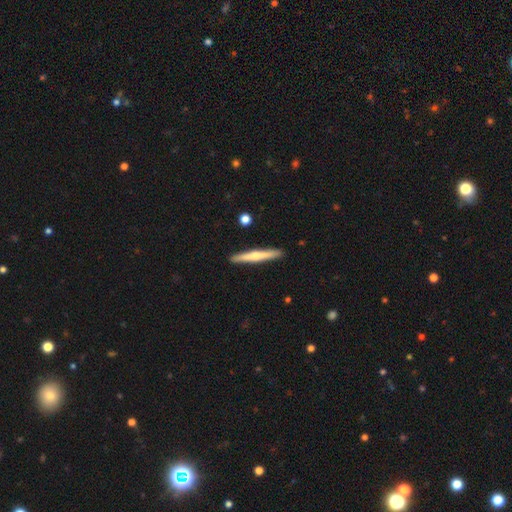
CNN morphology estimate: type=smooth (47%, tied with featured or disk); merging=none (91%).